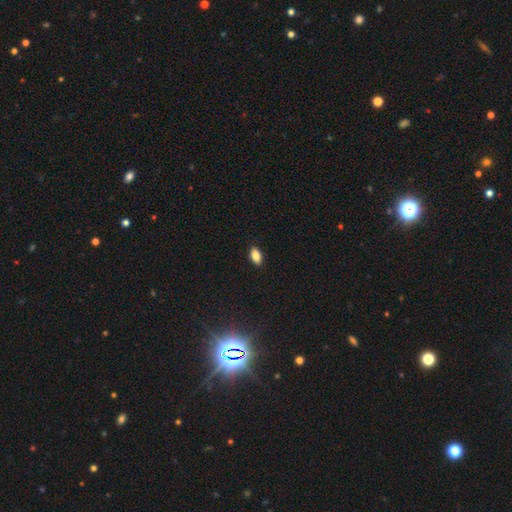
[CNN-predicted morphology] Smooth or featured? smooth (83%)
How rounded? in between (90%)
Merging? none (89%)